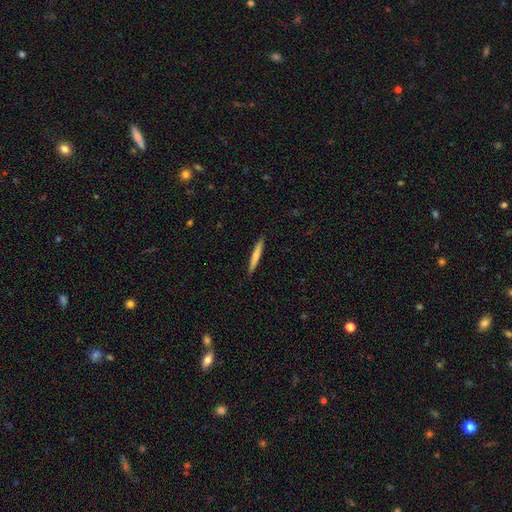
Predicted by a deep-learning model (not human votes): Smooth or featured? Predicted: smooth (p=0.66). How rounded? Predicted: cigar-shaped (p=0.95). Merging? Predicted: none (p=0.91).